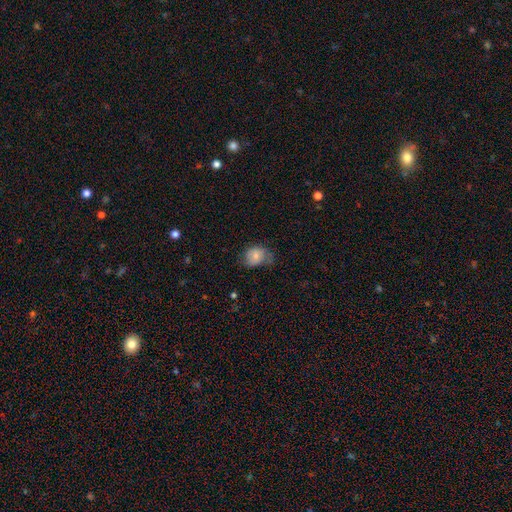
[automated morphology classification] Overall: smooth (66%). How rounded: in between (52%; round 47%). Merging: none (41%; minor disturbance 37%).